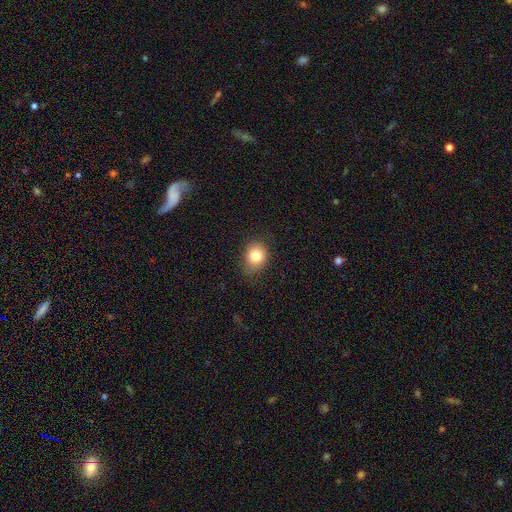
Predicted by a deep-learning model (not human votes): Overall: smooth (82%). How rounded: round (62%; in between 37%). Merging: none (74%).